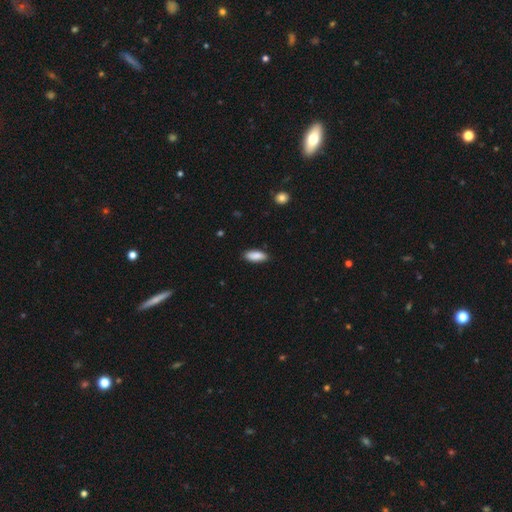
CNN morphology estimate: smooth 88%, star or artifact 6%, featured or disk 6%. Down the decision tree: how rounded — in between (78%); merging — none (86%).